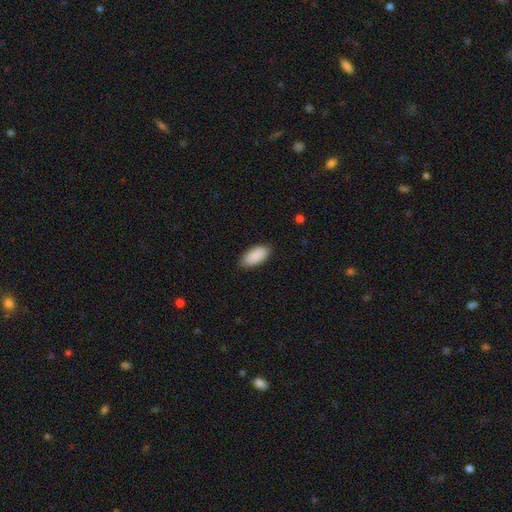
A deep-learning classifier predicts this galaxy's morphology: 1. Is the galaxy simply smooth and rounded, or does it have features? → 91% smooth, 6% star or artifact, 4% featured or disk.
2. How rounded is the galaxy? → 92% in between, 6% cigar-shaped, 2% round.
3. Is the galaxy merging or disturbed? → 87% none, 10% minor disturbance, 2% major disturbance, 1% merger.